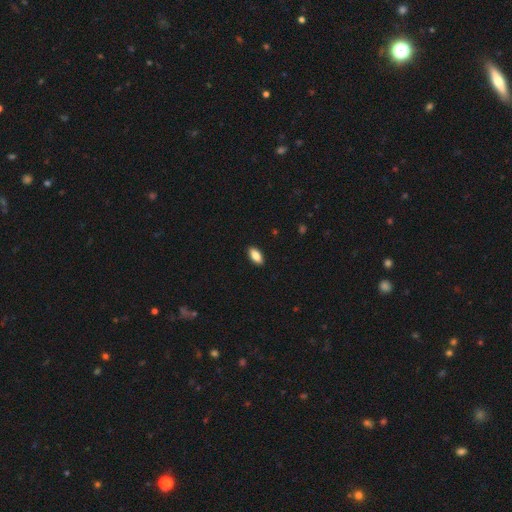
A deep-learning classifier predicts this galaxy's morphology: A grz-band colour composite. It shows a smooth galaxy with no disk features (85%) that is in between round and cigar-shaped (90%). Merging: none (91%).